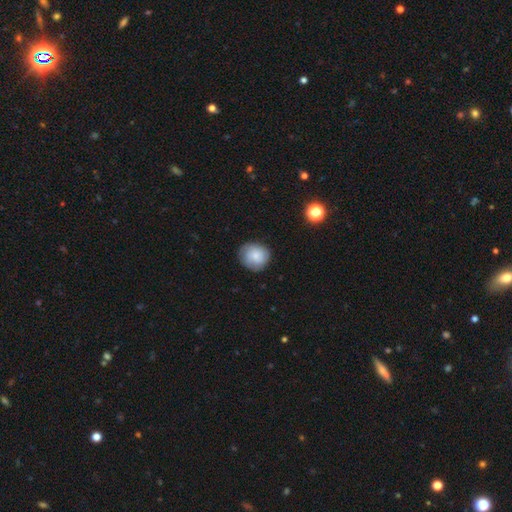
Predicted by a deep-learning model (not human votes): This is likely a smooth galaxy (76%). How rounded: clearly round (85%). Merging: likely none (79%).